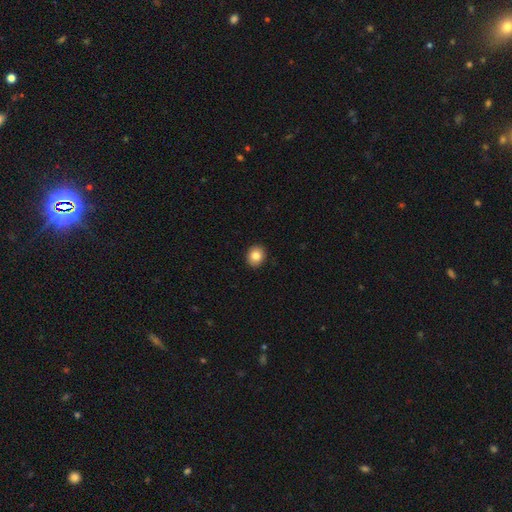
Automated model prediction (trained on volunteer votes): The model was most divided on "how rounded": round: 72%, in between: 27%, cigar-shaped: 1%. More confident: merging — none (92%); smooth or featured — smooth (84%).